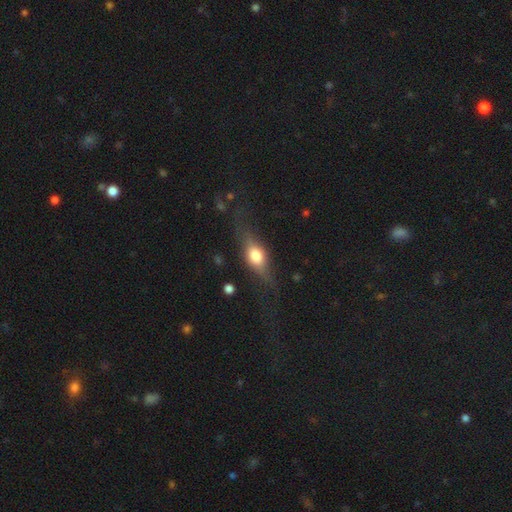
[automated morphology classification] Smooth or featured: smooth — 47% (featured or disk — 45%)
Merging: none — 68% (minor disturbance — 19%)